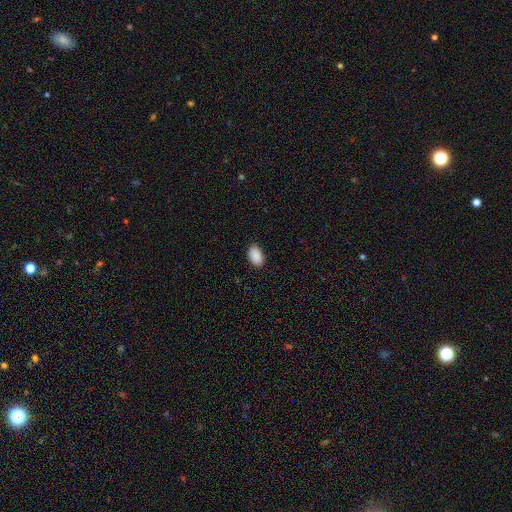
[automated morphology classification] smooth 90%, star or artifact 7%, featured or disk 3%. Down the decision tree: how rounded — in between (92%); merging — none (88%).